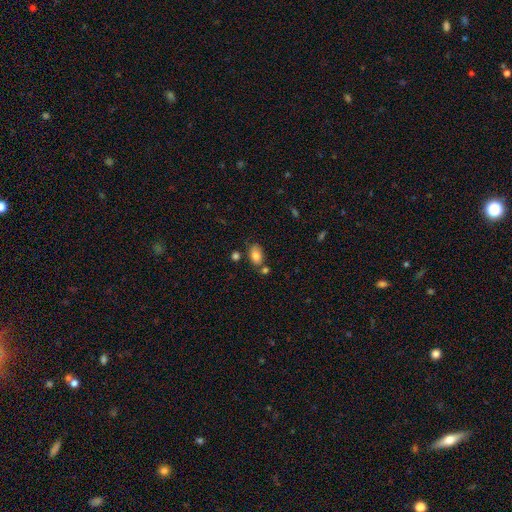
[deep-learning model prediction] Smooth or featured? smooth (82%)
How rounded? in between (90%)
Merging? none (67%)